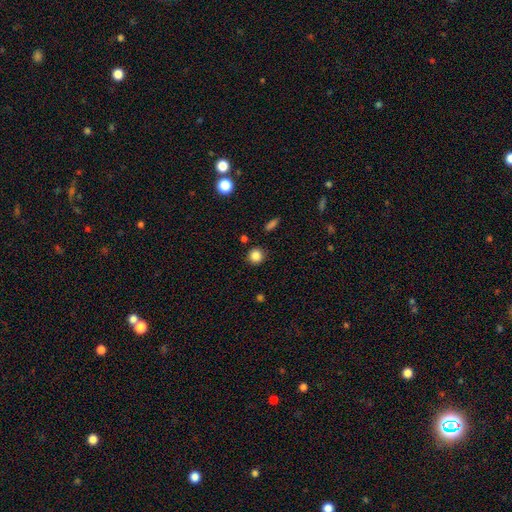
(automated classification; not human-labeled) Smooth or featured: smooth — 85% (star or artifact — 11%)
How rounded: round — 92% (in between — 7%)
Merging: none — 89% (minor disturbance — 6%)